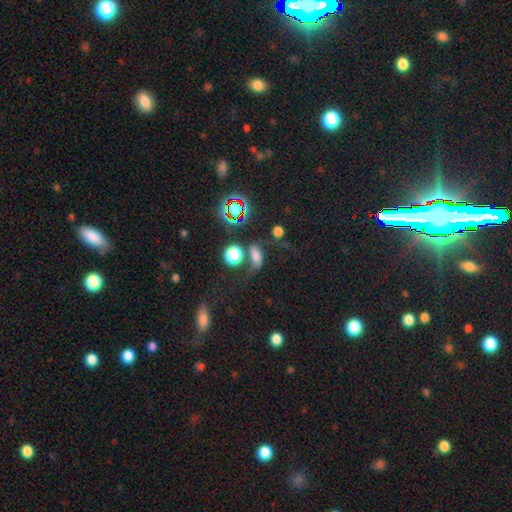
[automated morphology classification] type=smooth (50%); roundness=in between (67%); merging=none (48%).